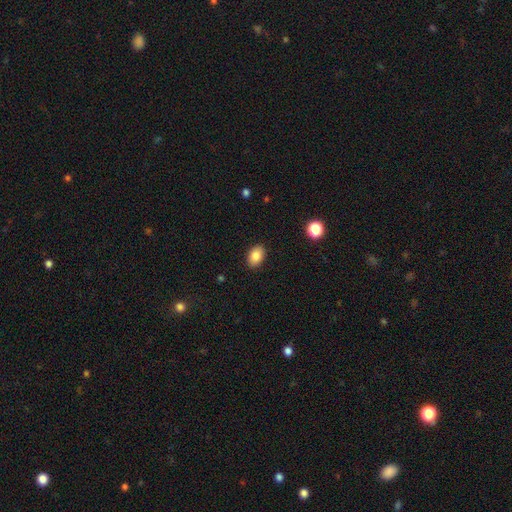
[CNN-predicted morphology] This is clearly a smooth galaxy (86%). How rounded: clearly in between (87%). Merging: clearly none (89%).